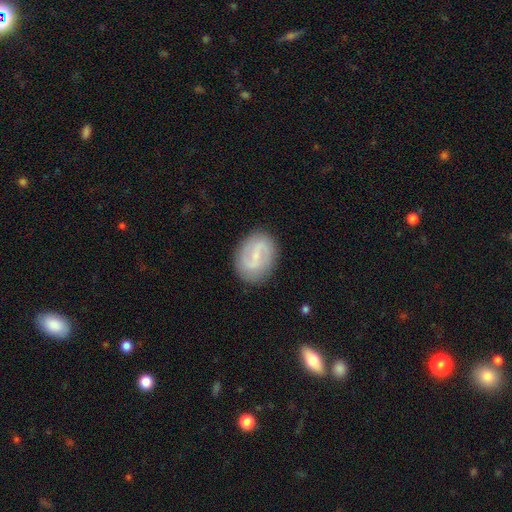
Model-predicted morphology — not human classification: This appears to be a featured or disk galaxy (74%) with a weak bar (55%), 2 (89%) medium (42%) spiral arms (90%) and a small central bulge (68%). Merging: none (85%).